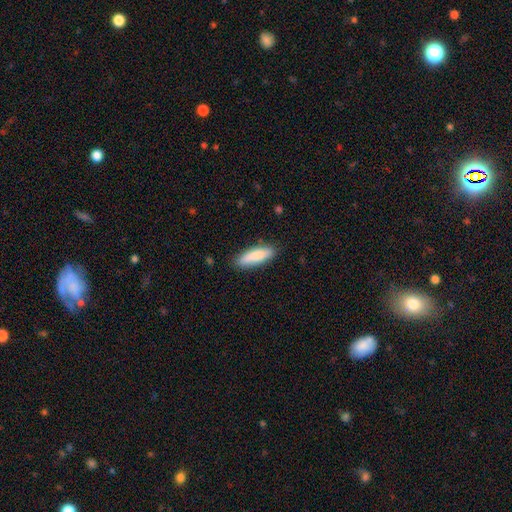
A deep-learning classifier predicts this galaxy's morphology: Smooth or featured? Predicted: smooth (p=0.85). How rounded? Predicted: cigar-shaped (p=0.53). Merging? Predicted: none (p=0.84).